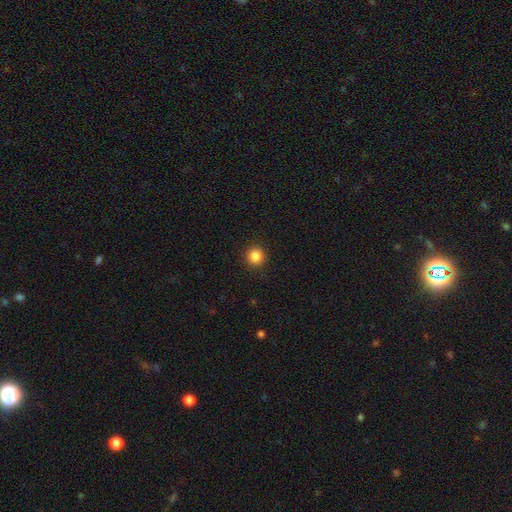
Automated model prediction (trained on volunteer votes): A smooth galaxy with no disk features (85%) that is round (94%). Merging: none (92%).